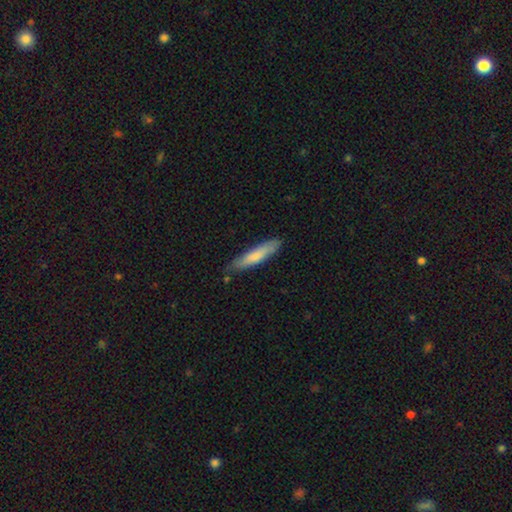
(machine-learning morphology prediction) Smooth or featured: smooth — 75% (featured or disk — 20%)
How rounded: cigar-shaped — 85% (in between — 14%)
Merging: none — 80% (minor disturbance — 15%)